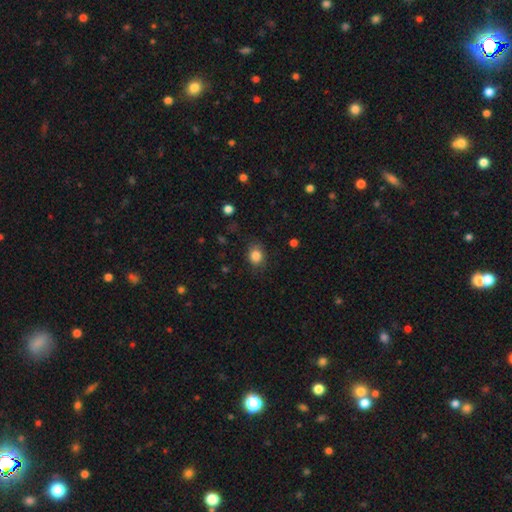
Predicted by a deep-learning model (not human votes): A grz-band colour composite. It shows a smooth galaxy with no disk features (85%) that is round (60%). Merging: none (79%).